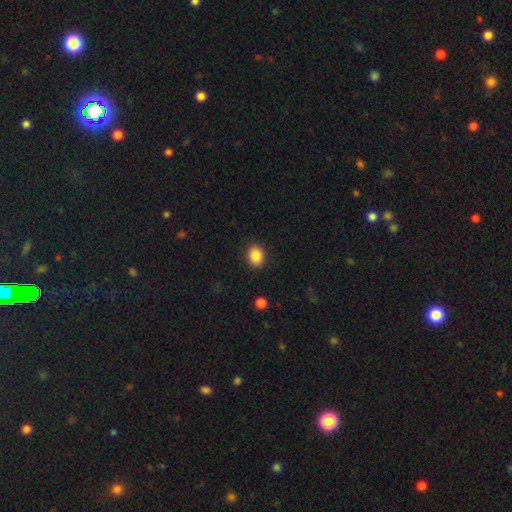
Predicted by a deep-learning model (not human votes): Smooth or featured? Predicted: smooth (p=0.87). How rounded? Predicted: in between (p=0.50). Merging? Predicted: none (p=0.90).